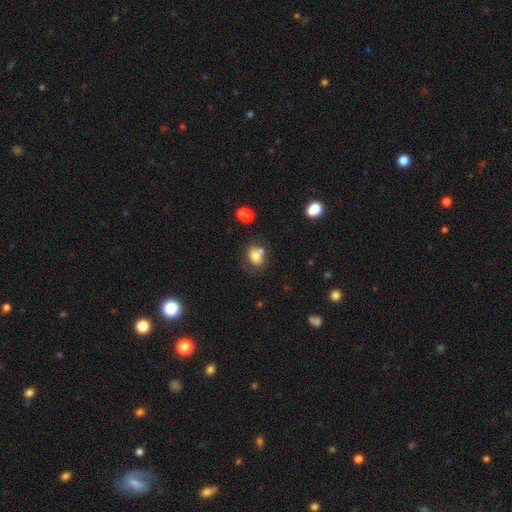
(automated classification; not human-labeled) smooth 75%, featured or disk 13%, star or artifact 12%. Down the decision tree: how rounded — in between (50%); merging — none (50%).